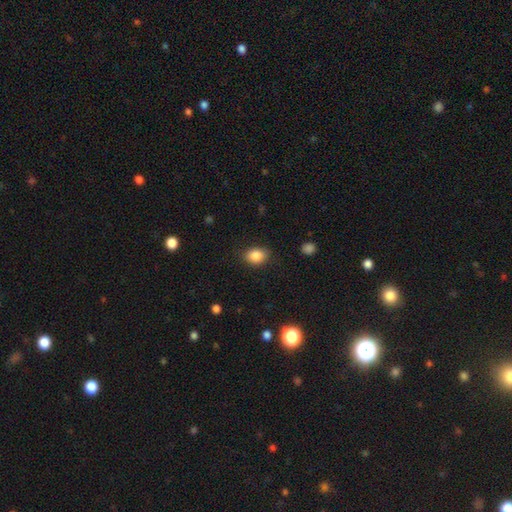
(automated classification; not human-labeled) The model was most divided on "how rounded": in between: 61%, round: 38%, cigar-shaped: 1%. More confident: smooth or featured — smooth (86%); merging — none (82%).